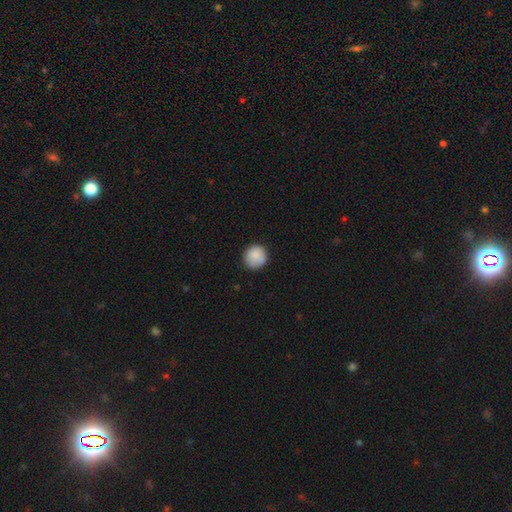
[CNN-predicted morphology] Smooth or featured? Predicted: smooth (p=0.88). How rounded? Predicted: round (p=0.94). Merging? Predicted: none (p=0.86).